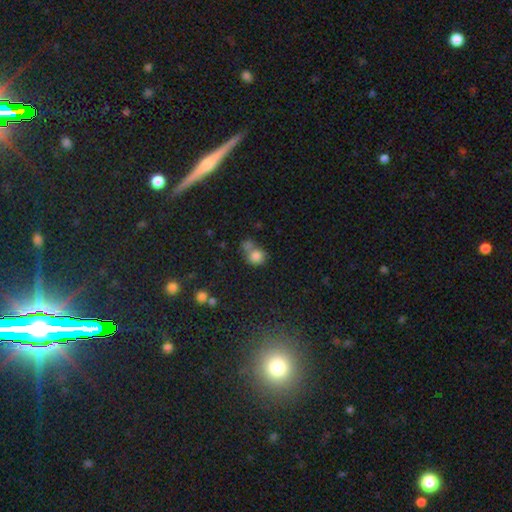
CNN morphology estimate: smooth 80%, star or artifact 12%, featured or disk 8%. Down the decision tree: how rounded — round (74%); merging — merger (41%).